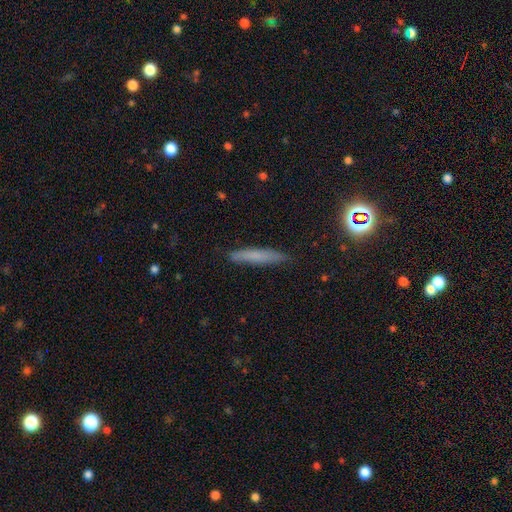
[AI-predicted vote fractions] Smooth or featured? smooth (67%)
How rounded? cigar-shaped (92%)
Merging? none (86%)